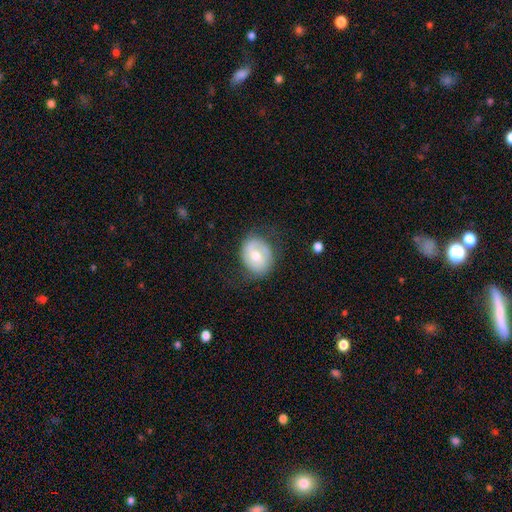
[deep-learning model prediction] A smooth galaxy with no disk features (54%) that is round (53%). Merging: none (67%).